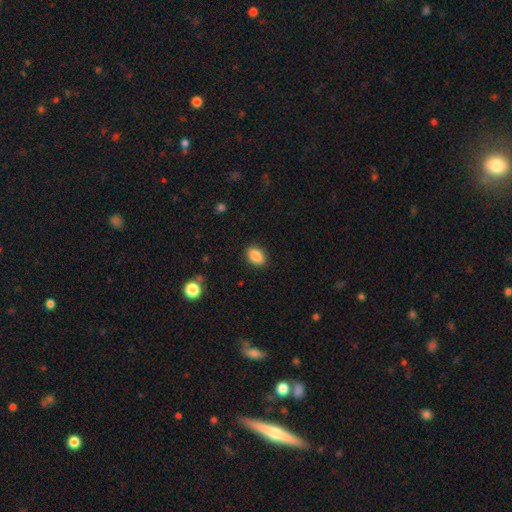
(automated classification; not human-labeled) A smooth galaxy with no disk features (87%) that is in between round and cigar-shaped (82%). Merging: none (88%).